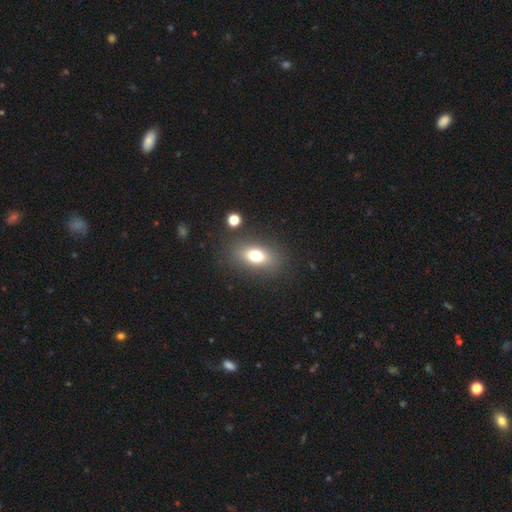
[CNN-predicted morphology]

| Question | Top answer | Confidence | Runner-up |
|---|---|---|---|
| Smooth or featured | smooth | 73% | featured or disk (15%) |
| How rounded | in between | 80% | round (14%) |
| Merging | none | 83% | minor disturbance (10%) |